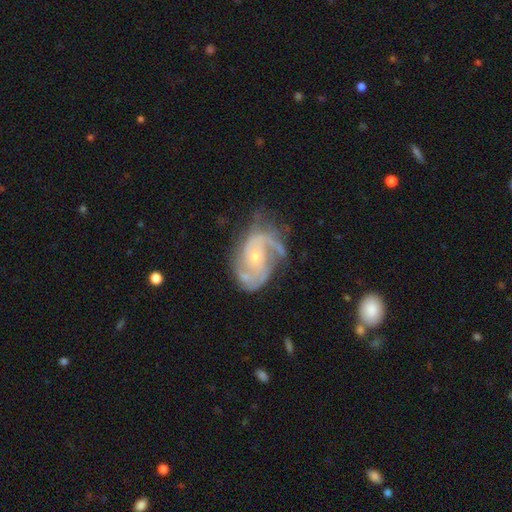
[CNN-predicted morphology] The model was most divided on "spiral winding": medium: 45%, tight: 40%, loose: 15%. More confident: edge-on disk — no (97%); spiral arms — yes (95%); smooth or featured — featured or disk (87%); bulge size — small (70%); bar — no (69%); spiral arm count — 2 (52%); merging — none (51%).